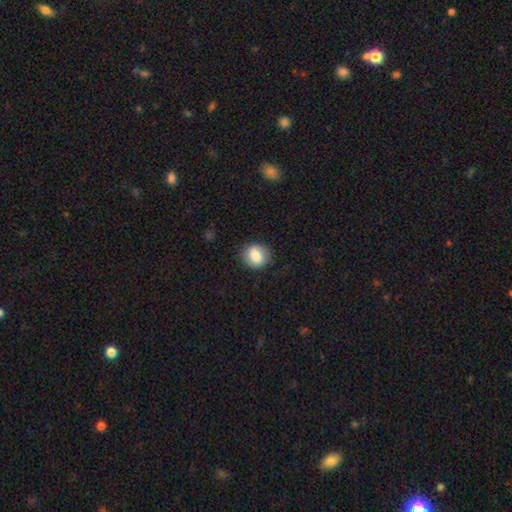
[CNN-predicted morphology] This is likely a smooth galaxy (78%). How rounded: likely round (71%). Merging: clearly none (84%).